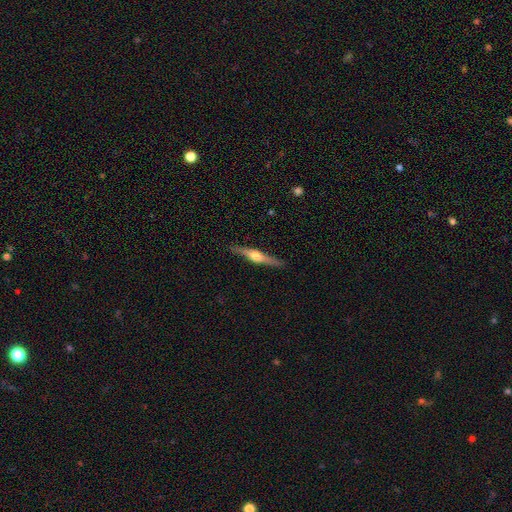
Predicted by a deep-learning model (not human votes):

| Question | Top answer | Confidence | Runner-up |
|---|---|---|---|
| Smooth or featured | featured or disk | 73% | smooth (22%) |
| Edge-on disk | yes | 98% | no (2%) |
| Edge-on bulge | rounded | 92% | boxy (5%) |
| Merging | none | 90% | minor disturbance (8%) |